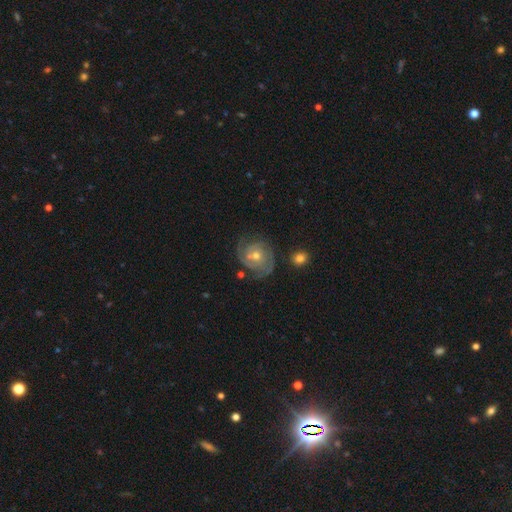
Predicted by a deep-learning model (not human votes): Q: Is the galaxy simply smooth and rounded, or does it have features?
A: featured or disk — 81%.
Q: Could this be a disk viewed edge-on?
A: no — 98%.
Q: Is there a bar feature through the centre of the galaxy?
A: no — 75%.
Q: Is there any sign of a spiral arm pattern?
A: yes — 93%.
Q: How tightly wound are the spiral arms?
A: tight — 60%.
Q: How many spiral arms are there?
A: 2 — 32%.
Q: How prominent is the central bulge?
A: moderate — 59%.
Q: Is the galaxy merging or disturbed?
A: none — 63%.